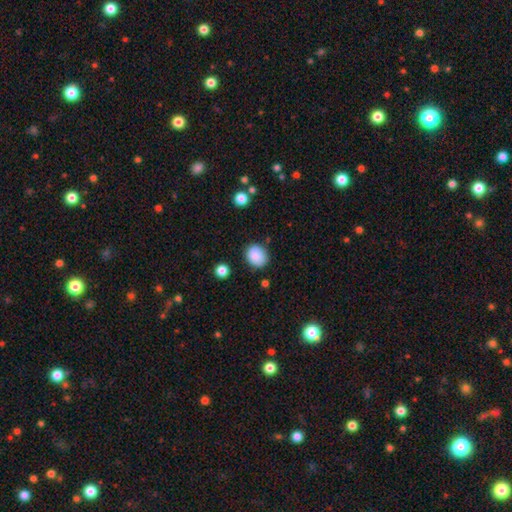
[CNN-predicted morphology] A smooth galaxy with no disk features (86%) that is round (67%). Merging: none (81%).